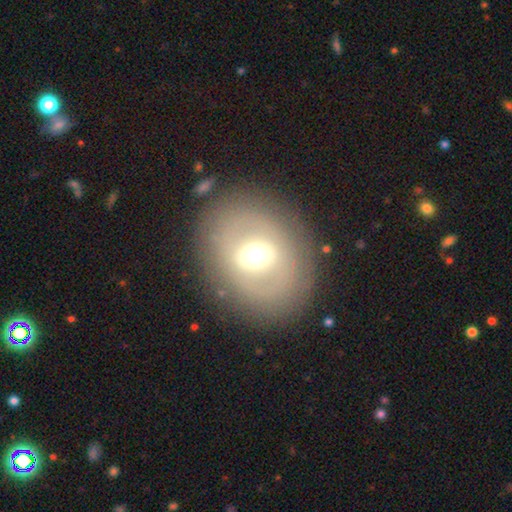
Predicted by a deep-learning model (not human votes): Smooth or featured? featured or disk (53%)
Edge-on disk? no (90%)
Merging? none (82%)